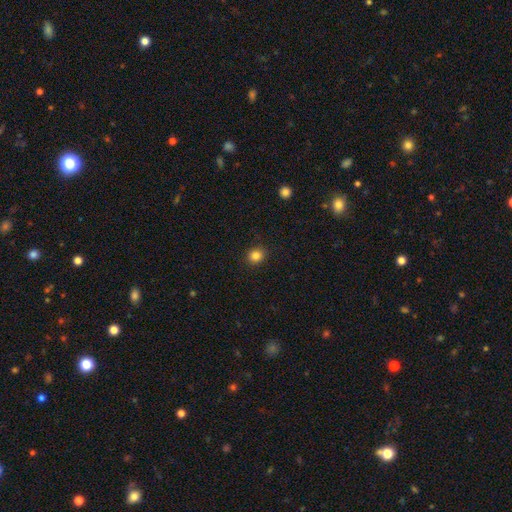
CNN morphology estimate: Smooth or featured: smooth — 84% (star or artifact — 11%)
How rounded: round — 77% (in between — 22%)
Merging: none — 91% (minor disturbance — 6%)